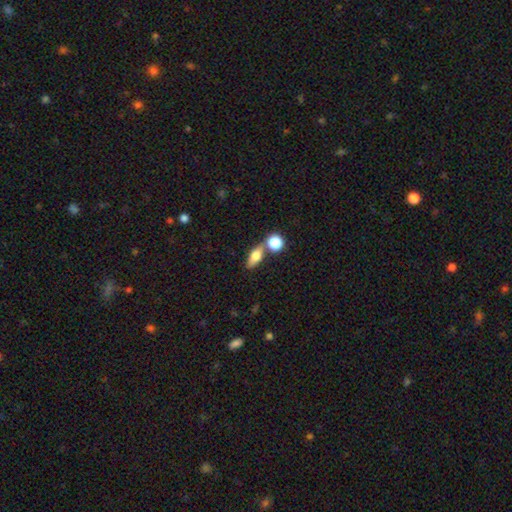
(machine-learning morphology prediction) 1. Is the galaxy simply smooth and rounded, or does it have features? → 63% smooth, 27% featured or disk, 9% star or artifact.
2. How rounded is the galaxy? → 62% in between, 23% cigar-shaped, 15% round.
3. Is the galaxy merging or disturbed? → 61% none, 25% merger, 10% minor disturbance, 4% major disturbance.